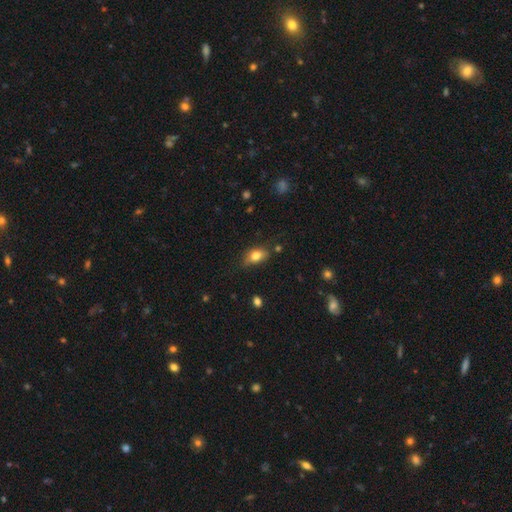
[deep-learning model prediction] A smooth galaxy with no disk features (77%) that is in between round and cigar-shaped (83%).

Vote fractions:
- Smooth or featured? smooth: 77% / featured or disk: 14% / star or artifact: 9%
- How rounded? in between: 83% / round: 12% / cigar-shaped: 5%
- Merging? none: 64% / minor disturbance: 27% / major disturbance: 6% / merger: 3%